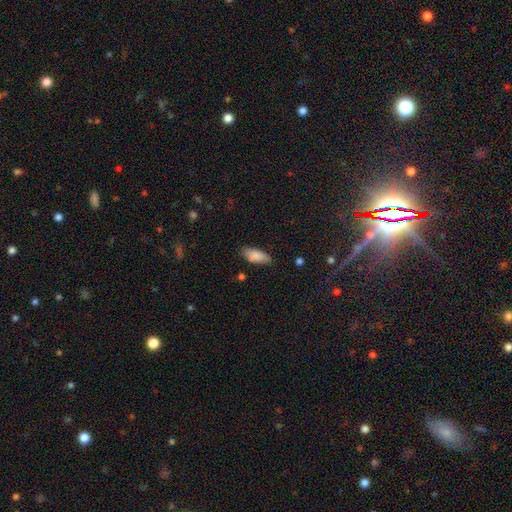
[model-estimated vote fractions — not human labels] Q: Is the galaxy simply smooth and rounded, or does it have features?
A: smooth — 85%.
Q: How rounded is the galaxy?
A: in between — 81%.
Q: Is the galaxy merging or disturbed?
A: none — 74%.